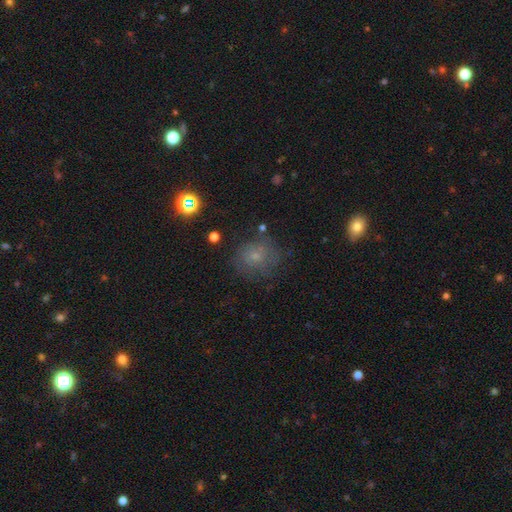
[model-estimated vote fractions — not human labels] Smooth or featured: smooth — 55% (featured or disk — 23%)
How rounded: round — 79% (in between — 20%)
Merging: none — 69% (minor disturbance — 18%)